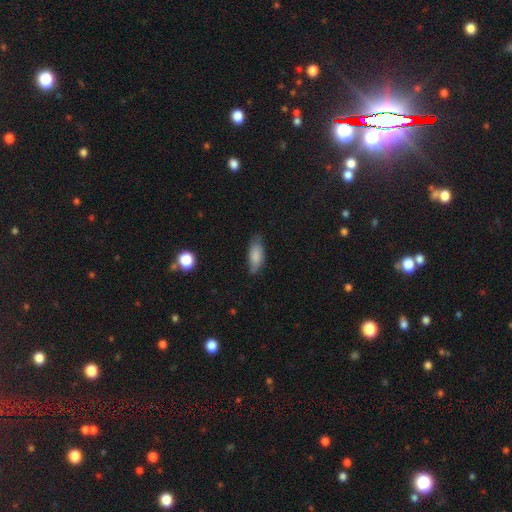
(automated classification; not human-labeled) Morphology: type=smooth (80%); roundness=in between (79%); merging=none (65%).